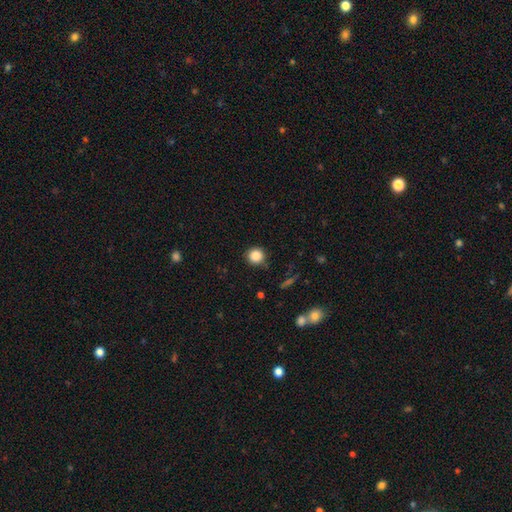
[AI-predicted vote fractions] Morphology: type=smooth (85%); roundness=round (94%); merging=none (88%).